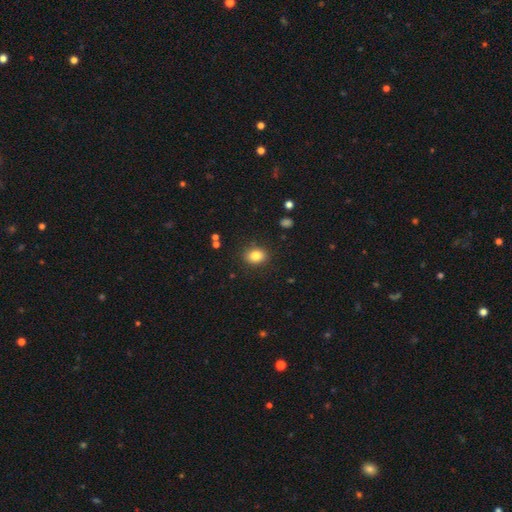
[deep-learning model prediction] Overall: smooth (83%). How rounded: in between (55%; round 44%). Merging: none (86%).